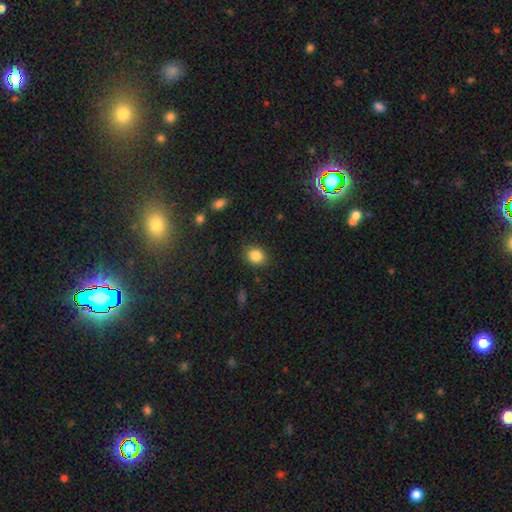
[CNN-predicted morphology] Smooth or featured? smooth (86%)
How rounded? round (66%)
Merging? none (86%)